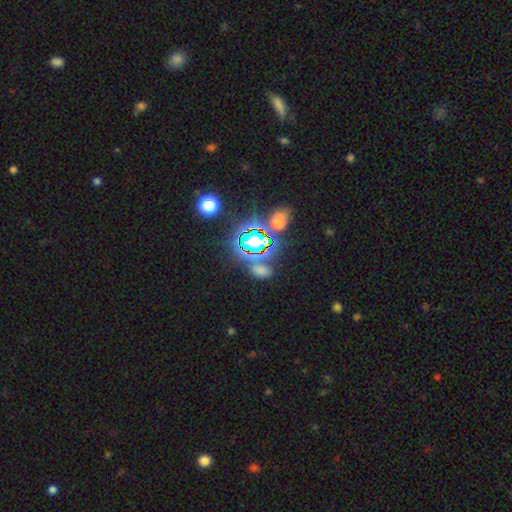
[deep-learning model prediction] Q: Smooth or featured?
A: star or artifact (79%); runner-up: smooth (13%)